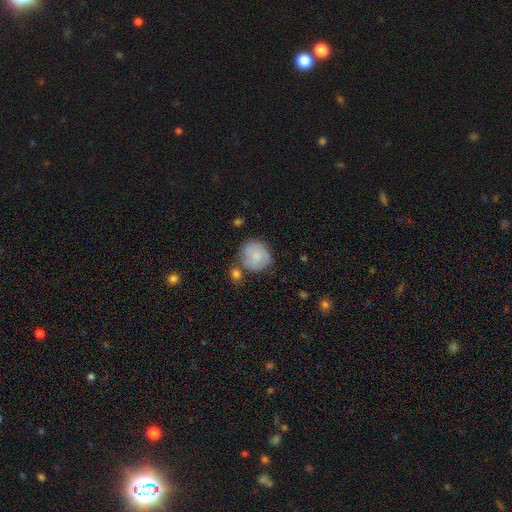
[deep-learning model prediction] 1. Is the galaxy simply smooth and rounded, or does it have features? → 71% smooth, 22% featured or disk, 7% star or artifact.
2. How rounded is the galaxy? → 86% round, 13% in between, 1% cigar-shaped.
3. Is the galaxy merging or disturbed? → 59% none, 21% minor disturbance, 13% merger, 6% major disturbance.